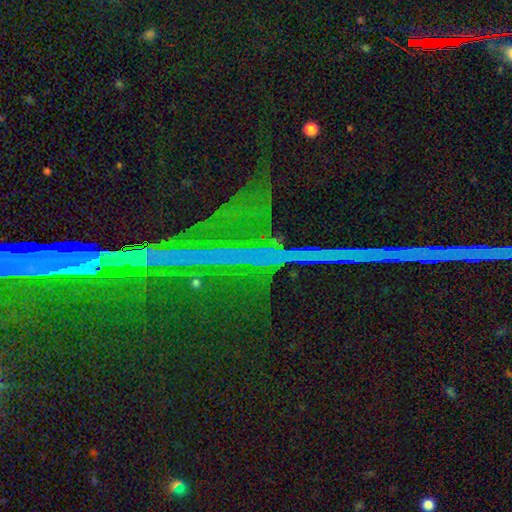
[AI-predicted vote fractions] smooth_or_featured: star or artifact (p=0.87) [alt: featured or disk p=0.07]